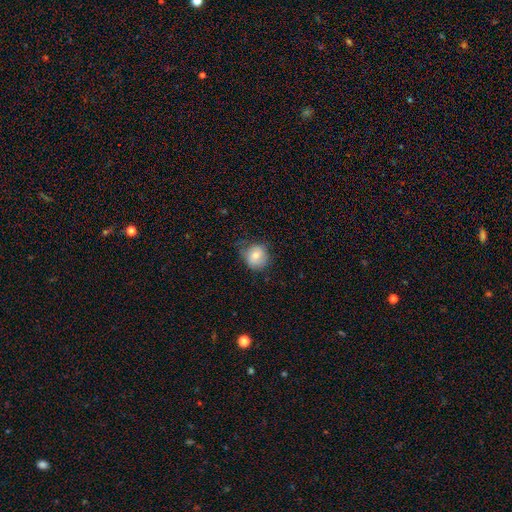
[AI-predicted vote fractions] Morphology: type=smooth (71%); roundness=round (83%); merging=none (58%).